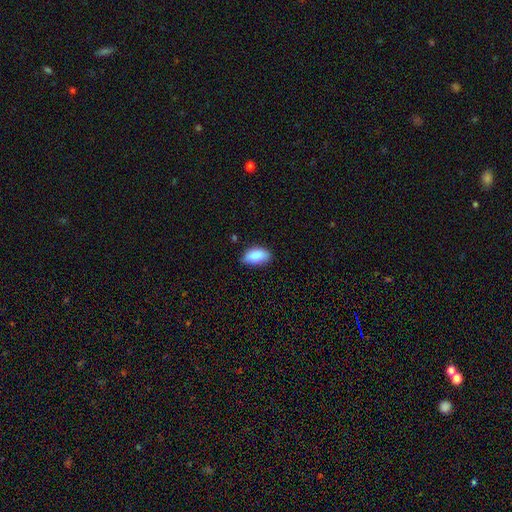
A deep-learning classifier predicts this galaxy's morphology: Smooth or featured?
  - smooth: 87% *
  - star or artifact: 7%
  - featured or disk: 6%
How rounded?
  - in between: 93% *
  - round: 4%
  - cigar-shaped: 3%
Merging?
  - none: 69% *
  - minor disturbance: 26%
  - major disturbance: 4%
  - merger: 1%